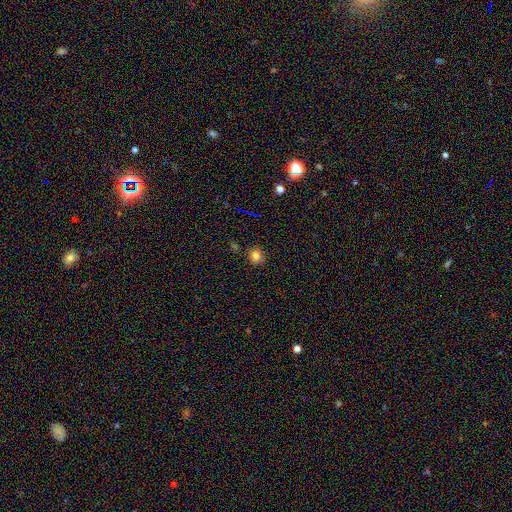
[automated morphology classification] Overall: smooth (77%). How rounded: round (84%). Merging: none (80%).